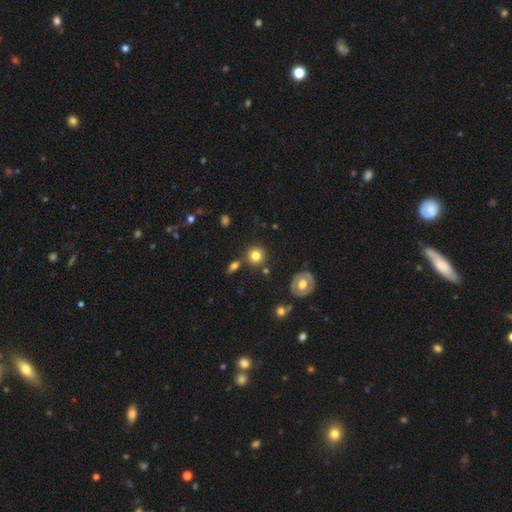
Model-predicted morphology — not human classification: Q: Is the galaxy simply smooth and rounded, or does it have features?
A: smooth — 78%.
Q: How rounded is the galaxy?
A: round — 92%.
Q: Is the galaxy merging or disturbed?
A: none — 82%.